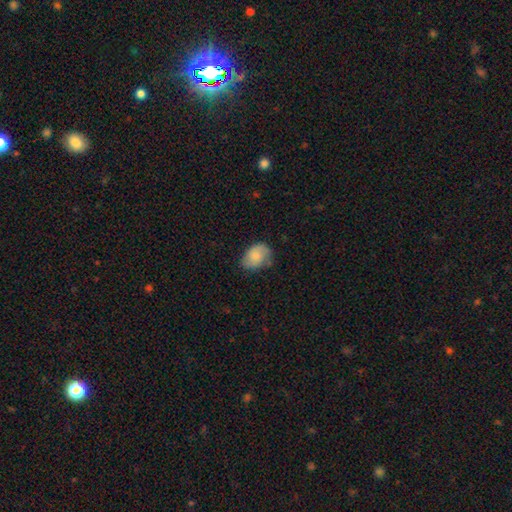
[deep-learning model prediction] Smooth or featured? Predicted: smooth (p=0.58). How rounded? Predicted: in between (p=0.71). Merging? Predicted: none (p=0.66).